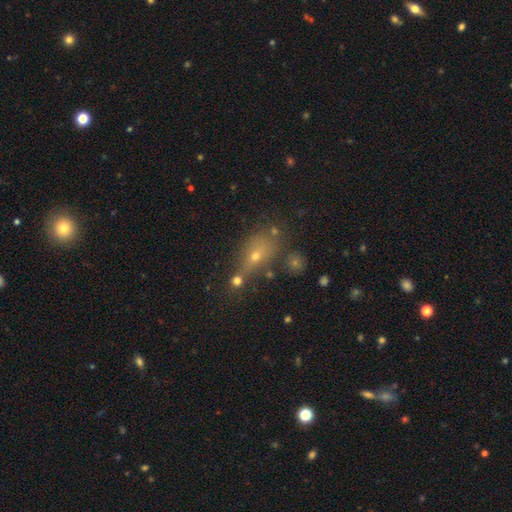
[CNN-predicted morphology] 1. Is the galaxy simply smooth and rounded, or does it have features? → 51% smooth, 32% star or artifact, 17% featured or disk.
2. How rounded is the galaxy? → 56% in between, 35% round, 9% cigar-shaped.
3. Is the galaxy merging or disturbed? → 58% none, 20% merger, 15% minor disturbance, 8% major disturbance.